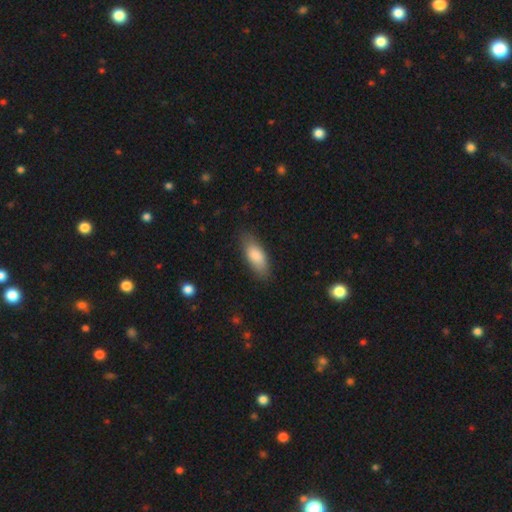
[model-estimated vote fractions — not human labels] smooth 85%, featured or disk 9%, star or artifact 6%. Down the decision tree: how rounded — in between (80%); merging — none (80%).